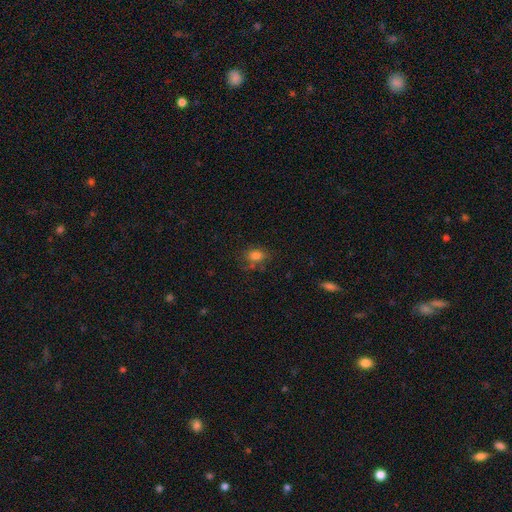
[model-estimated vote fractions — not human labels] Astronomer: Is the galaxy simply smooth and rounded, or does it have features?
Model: smooth — 75%.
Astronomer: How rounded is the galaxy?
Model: in between — 63%.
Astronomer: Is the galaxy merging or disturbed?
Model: none — 63%.